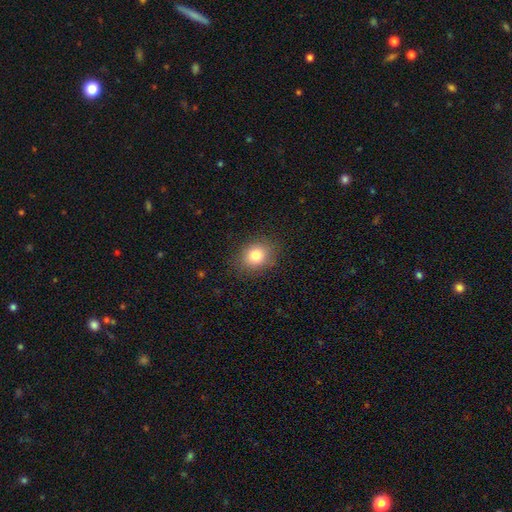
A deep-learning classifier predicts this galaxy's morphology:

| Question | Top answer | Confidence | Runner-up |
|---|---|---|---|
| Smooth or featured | smooth | 80% | star or artifact (12%) |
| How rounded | round | 65% | in between (34%) |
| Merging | none | 86% | minor disturbance (10%) |